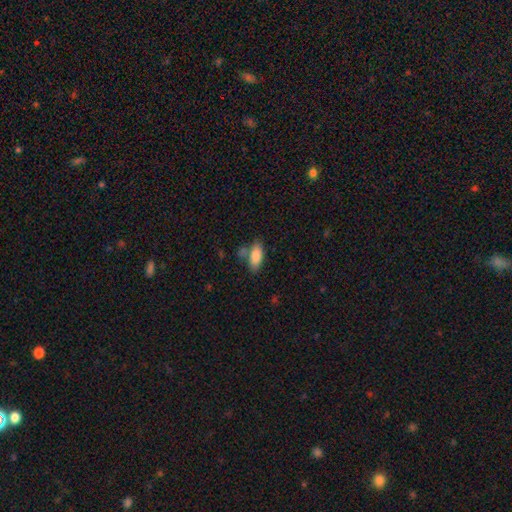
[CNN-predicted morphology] Smooth or featured? smooth (84%)
How rounded? in between (83%)
Merging? none (66%)